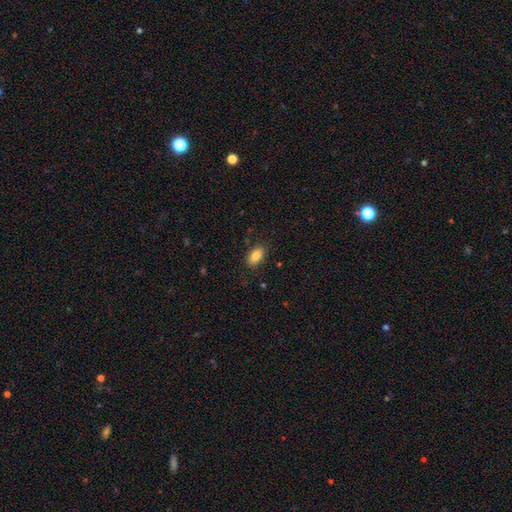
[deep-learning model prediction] Smooth or featured? smooth (85%)
How rounded? in between (92%)
Merging? none (86%)